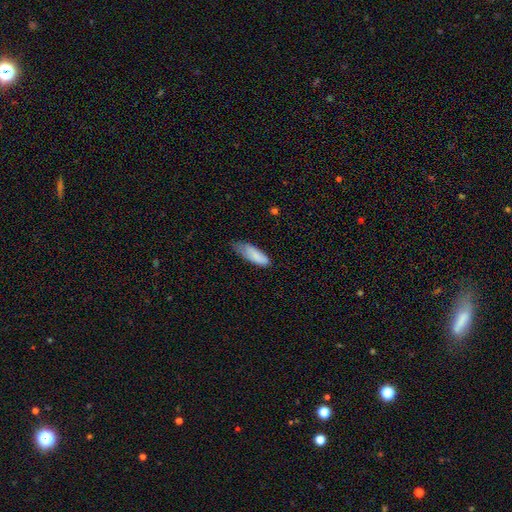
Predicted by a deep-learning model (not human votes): Overall: smooth (85%). How rounded: in between (66%; cigar-shaped 32%). Merging: minor disturbance (46%; none 40%).